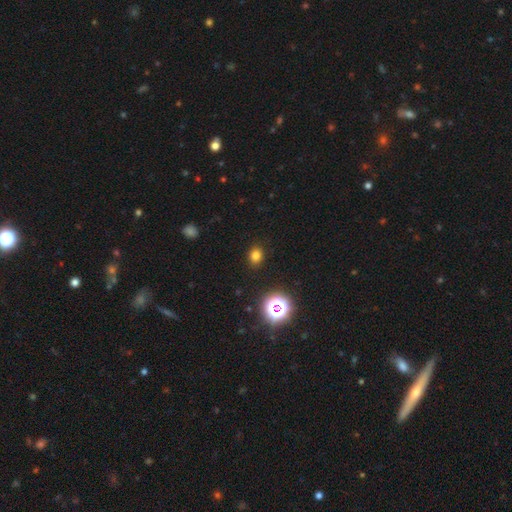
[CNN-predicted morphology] Smooth or featured?
  - smooth: 76% *
  - star or artifact: 19%
  - featured or disk: 5%
How rounded?
  - round: 58% *
  - in between: 41%
  - cigar-shaped: 1%
Merging?
  - none: 89% *
  - minor disturbance: 7%
  - major disturbance: 2%
  - merger: 1%